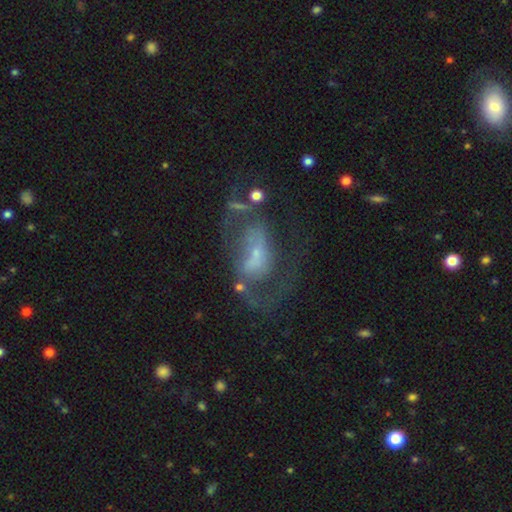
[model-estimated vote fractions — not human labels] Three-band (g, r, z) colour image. It shows a featured or disk galaxy (70%) with no bar (44%), spiral arms (69%) and a small central bulge (59%). Merging: major disturbance (38%).